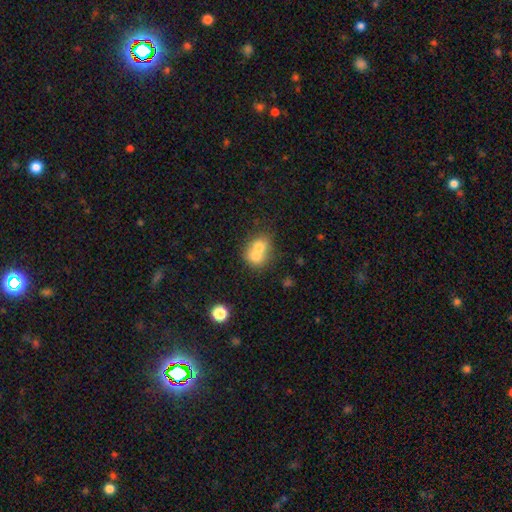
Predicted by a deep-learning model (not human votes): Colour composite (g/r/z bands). It shows a smooth galaxy with no disk features (69%) that is round (66%). Merging: merger (70%).